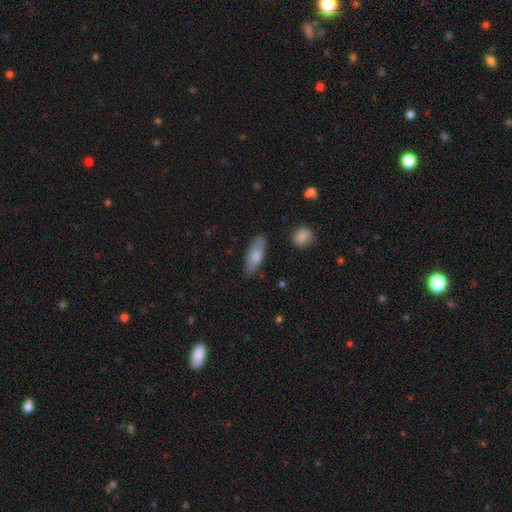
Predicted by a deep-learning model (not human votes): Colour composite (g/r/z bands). It shows a smooth galaxy with no disk features (77%) that is in between round and cigar-shaped (70%). Merging: none (81%).